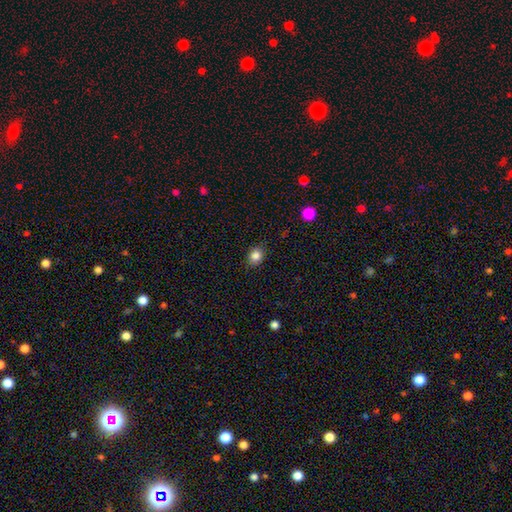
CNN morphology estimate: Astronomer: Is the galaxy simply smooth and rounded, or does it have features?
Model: smooth — 84%.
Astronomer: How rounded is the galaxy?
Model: round — 52% (runner-up: in between, 47%).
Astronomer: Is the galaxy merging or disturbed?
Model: none — 86%.